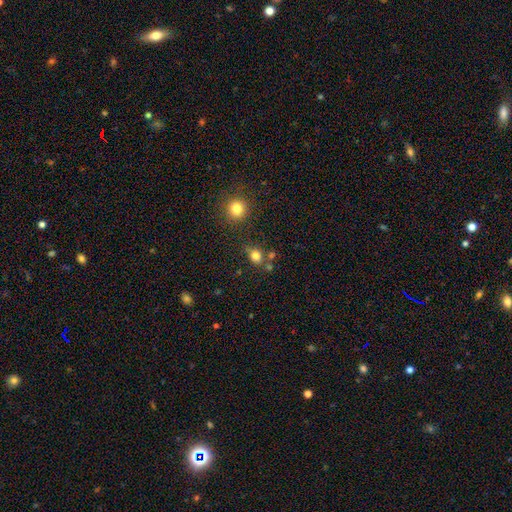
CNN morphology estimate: Smooth or featured? smooth (79%)
How rounded? round (56%)
Merging? none (65%)